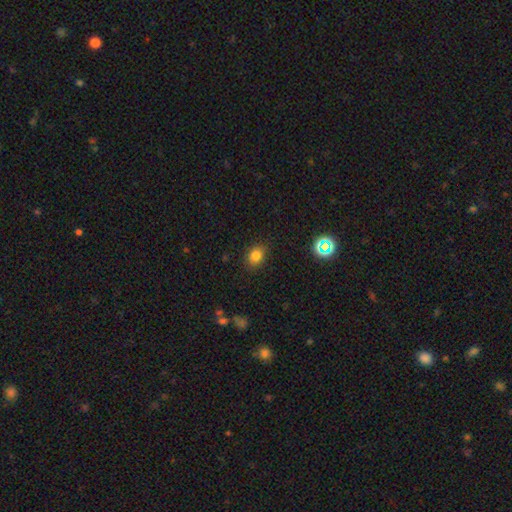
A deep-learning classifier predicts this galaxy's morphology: The model was most divided on "how rounded": in between: 55%, round: 44%, cigar-shaped: 1%. More confident: merging — none (83%); smooth or featured — smooth (79%).